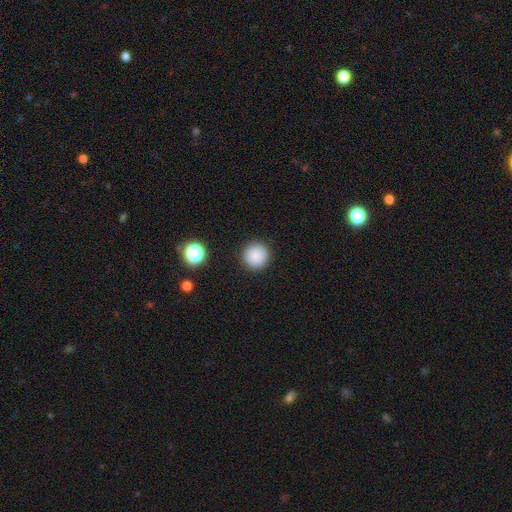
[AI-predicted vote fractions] Smooth or featured? smooth (86%)
How rounded? round (95%)
Merging? none (92%)